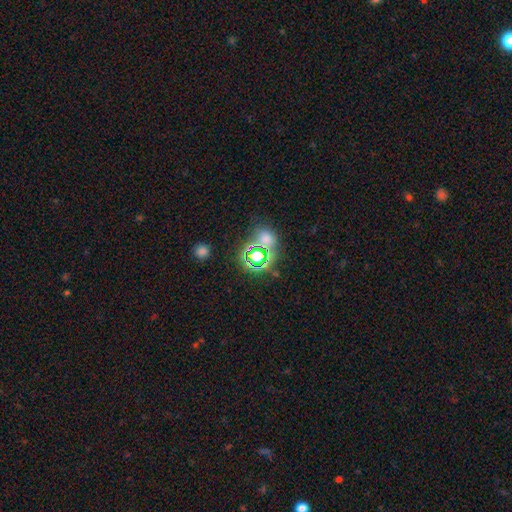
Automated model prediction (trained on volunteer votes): smooth_or_featured: star or artifact (p=0.49) [alt: smooth p=0.41]